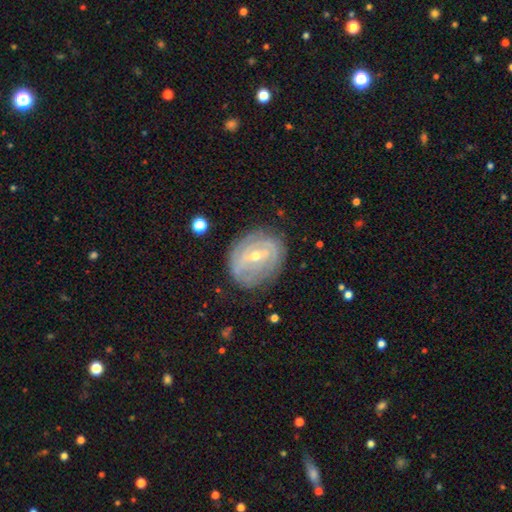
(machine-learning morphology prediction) Smooth or featured? featured or disk (79%)
Edge-on disk? no (96%)
Bar? weak (45%)
Spiral arms? yes (82%)
Spiral winding? tight (70%)
Spiral arm count? can't tell (43%)
Bulge size? small (50%)
Merging? none (75%)